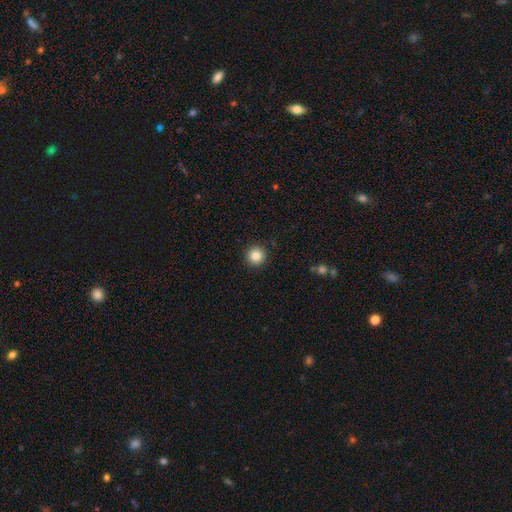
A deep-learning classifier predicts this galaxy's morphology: Smooth or featured?
  - smooth: 85% *
  - star or artifact: 10%
  - featured or disk: 5%
How rounded?
  - round: 96% *
  - in between: 3%
  - cigar-shaped: 1%
Merging?
  - none: 92% *
  - minor disturbance: 5%
  - major disturbance: 2%
  - merger: 1%